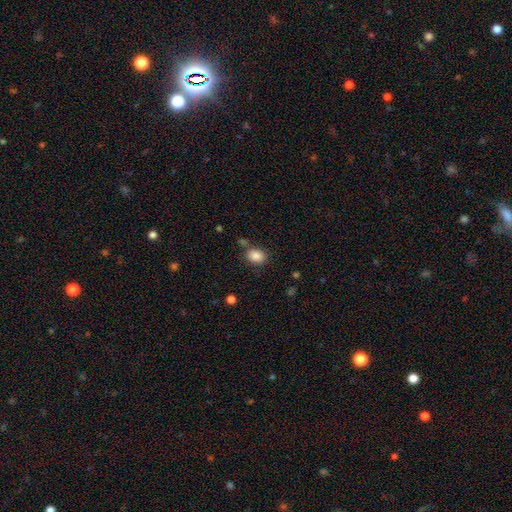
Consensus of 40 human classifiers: Smooth or featured: smooth — 88% (featured or disk — 8%)
How rounded: in between — 80% (round — 20%)
Merging: none — 76% (minor disturbance — 11%)